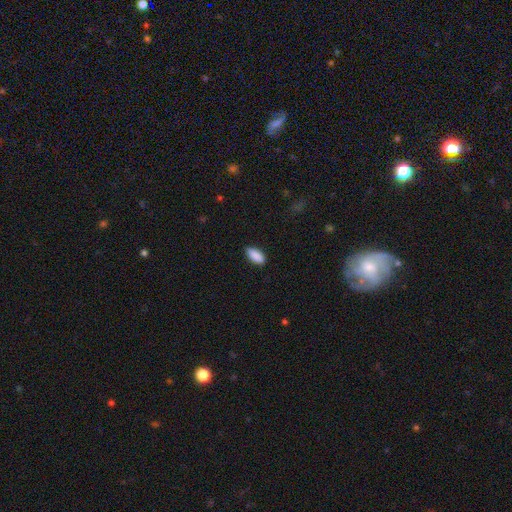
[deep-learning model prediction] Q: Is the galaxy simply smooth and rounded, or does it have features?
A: smooth — 90%.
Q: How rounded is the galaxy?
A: in between — 88%.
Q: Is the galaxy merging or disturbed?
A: none — 85%.